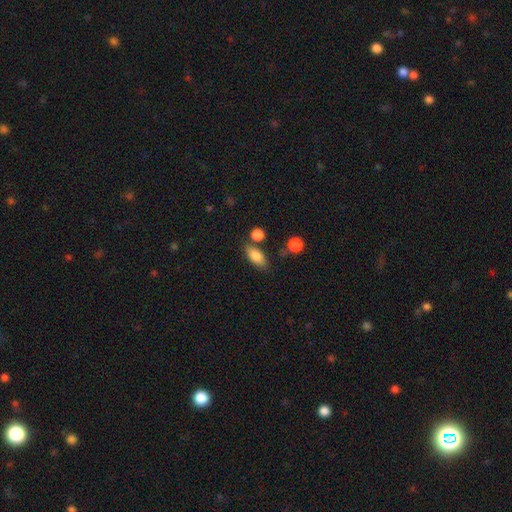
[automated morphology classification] A smooth galaxy with no disk features (81%) that is in between round and cigar-shaped (82%).

Vote fractions:
- Smooth or featured? smooth: 81% / featured or disk: 11% / star or artifact: 8%
- How rounded? in between: 82% / cigar-shaped: 12% / round: 6%
- Merging? none: 72% / minor disturbance: 15% / merger: 9% / major disturbance: 4%